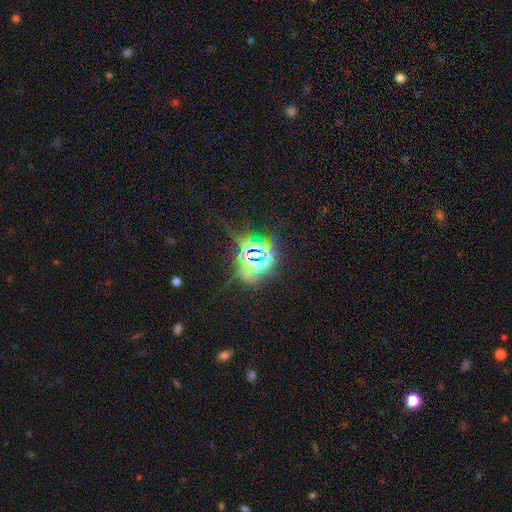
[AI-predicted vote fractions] smooth-or-featured: star or artifact: 75% | smooth: 13% | featured or disk: 12%